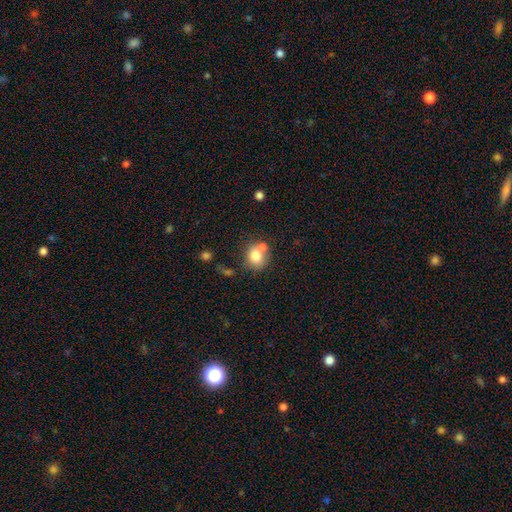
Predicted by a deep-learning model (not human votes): smooth_or_featured: smooth (p=0.77) [alt: featured or disk p=0.13]
how_rounded: round (p=0.74) [alt: in between p=0.25]
merging: none (p=0.51) [alt: merger p=0.33]